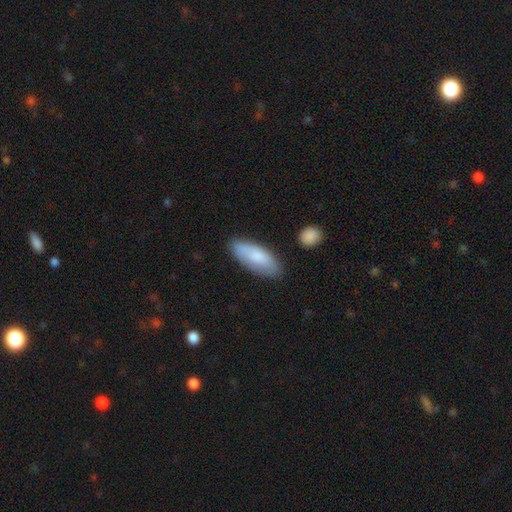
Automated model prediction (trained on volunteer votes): Overall: smooth (78%). How rounded: in between (78%). Merging: none (78%).